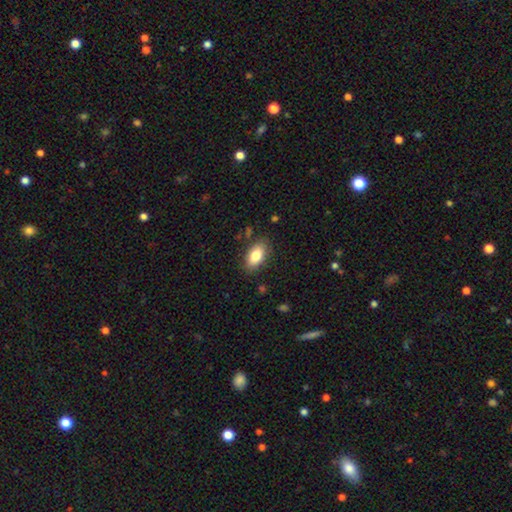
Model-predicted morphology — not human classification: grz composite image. It shows a smooth galaxy with no disk features (82%) that is in between round and cigar-shaped (91%). Merging: none (84%).